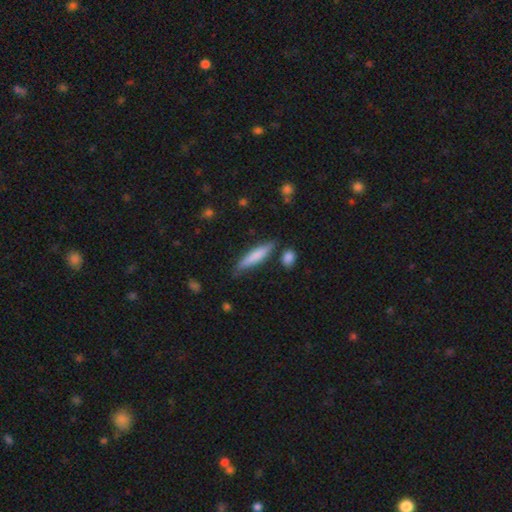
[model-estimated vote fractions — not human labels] Smooth or featured? Predicted: smooth (p=0.74). How rounded? Predicted: cigar-shaped (p=0.85). Merging? Predicted: none (p=0.77).